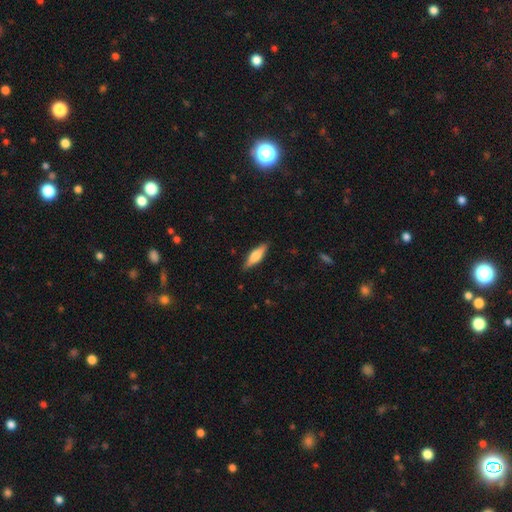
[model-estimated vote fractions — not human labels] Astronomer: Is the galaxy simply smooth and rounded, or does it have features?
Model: smooth — 57% (runner-up: featured or disk, 37%).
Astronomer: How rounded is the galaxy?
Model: cigar-shaped — 55% (runner-up: in between, 43%).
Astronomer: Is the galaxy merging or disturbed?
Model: none — 86%.